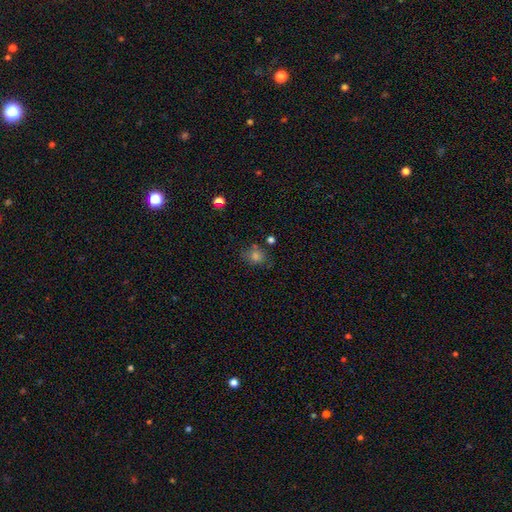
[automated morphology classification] type=smooth (62%); roundness=round (62%); merging=none (71%).